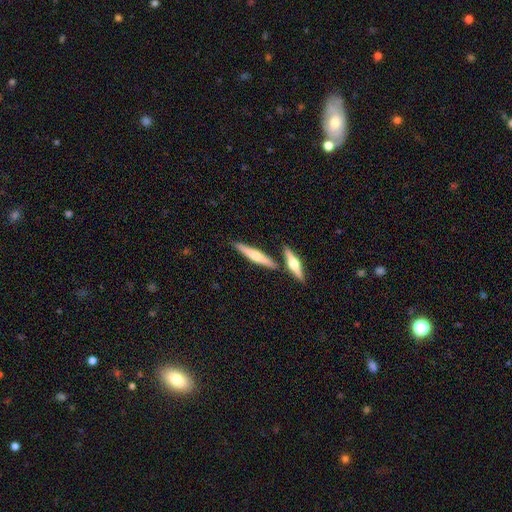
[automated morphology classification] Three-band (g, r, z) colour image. It shows a featured or disk galaxy (55%) viewed edge-on (96%) with a rounded central bulge (89%). Merging: none (77%).